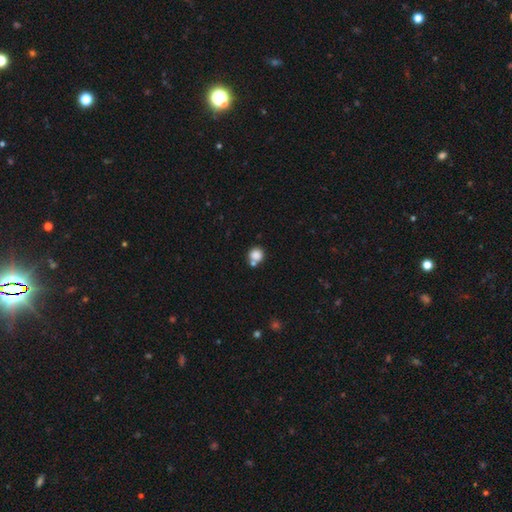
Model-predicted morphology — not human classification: type=smooth (83%); roundness=round (84%); merging=none (57%).